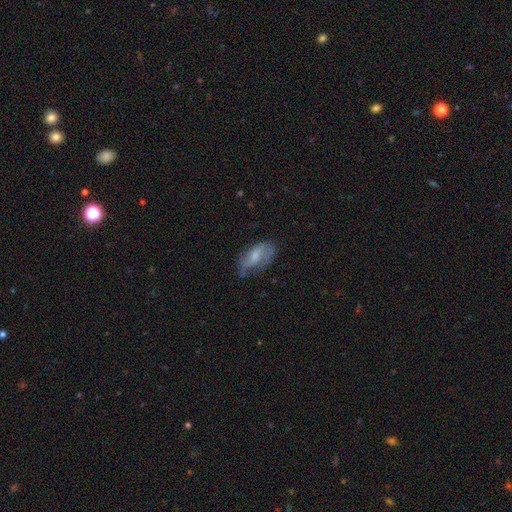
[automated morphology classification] smooth_or_featured: smooth (p=0.48) [alt: featured or disk p=0.45]
merging: none (p=0.50) [alt: minor disturbance p=0.33]